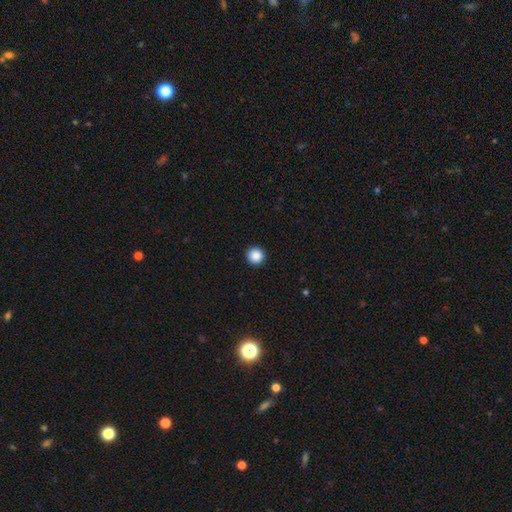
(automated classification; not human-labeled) smooth_or_featured: smooth (p=0.88) [alt: star or artifact p=0.10]
how_rounded: round (p=0.96) [alt: in between p=0.03]
merging: none (p=0.94) [alt: minor disturbance p=0.04]